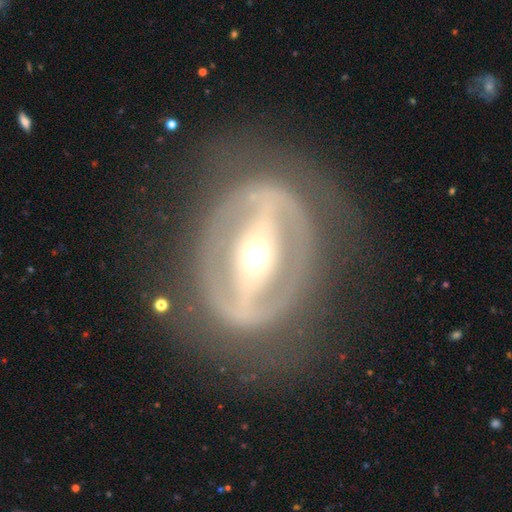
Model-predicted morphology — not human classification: smooth-or-featured: featured or disk: 82% | smooth: 12% | star or artifact: 6%
  disk-edge-on: no: 91% | yes: 9%
    bar: strong: 70% | weak: 16% | no: 14%
    has-spiral-arms: no: 61% | yes: 39%
    bulge-size: small: 53% | moderate: 41% | large: 4% | dominant: 1% | none: 1%
  merging: none: 75% | minor disturbance: 12% | major disturbance: 11% | merger: 1%